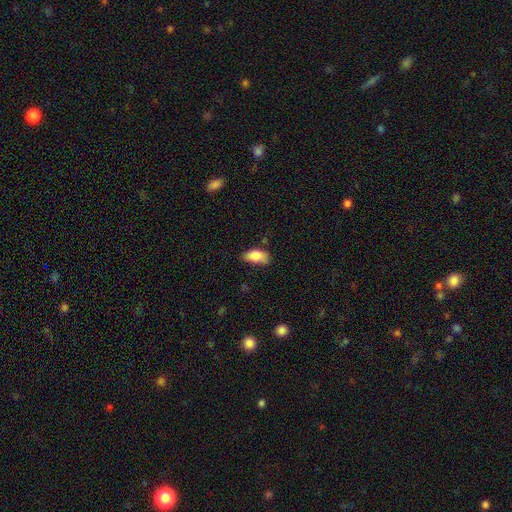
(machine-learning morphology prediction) Smooth or featured? Predicted: smooth (p=0.82). How rounded? Predicted: in between (p=0.91). Merging? Predicted: none (p=0.50).